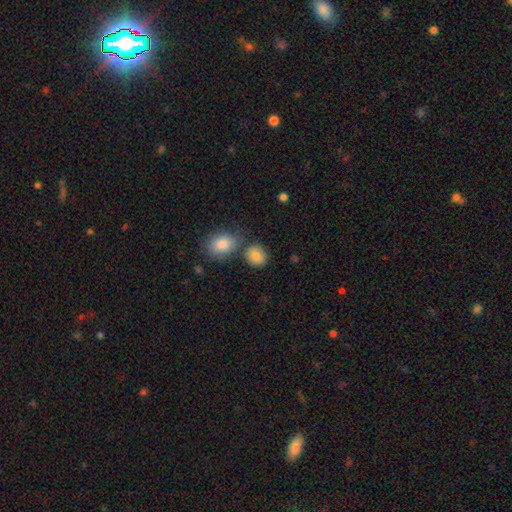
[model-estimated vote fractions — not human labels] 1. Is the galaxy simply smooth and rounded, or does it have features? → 86% smooth, 9% star or artifact, 6% featured or disk.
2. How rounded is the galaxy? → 67% round, 31% in between, 1% cigar-shaped.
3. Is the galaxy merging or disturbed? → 70% none, 15% merger, 12% minor disturbance, 4% major disturbance.